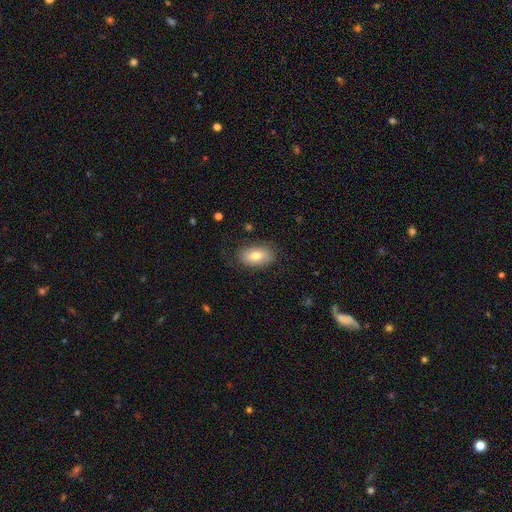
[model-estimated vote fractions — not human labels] smooth-or-featured: smooth: 76% | featured or disk: 17% | star or artifact: 7%
  how-rounded: in between: 91% | round: 7% | cigar-shaped: 2%
  merging: none: 81% | minor disturbance: 15% | major disturbance: 4% | merger: 1%